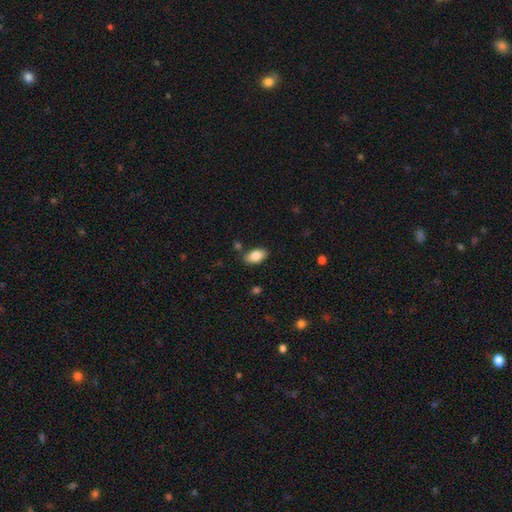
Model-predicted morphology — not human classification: A smooth galaxy with no disk features (83%) that is in between round and cigar-shaped (93%).

Vote fractions:
- Smooth or featured? smooth: 83% / featured or disk: 9% / star or artifact: 7%
- How rounded? in between: 93% / round: 4% / cigar-shaped: 3%
- Merging? none: 82% / minor disturbance: 12% / merger: 4% / major disturbance: 3%